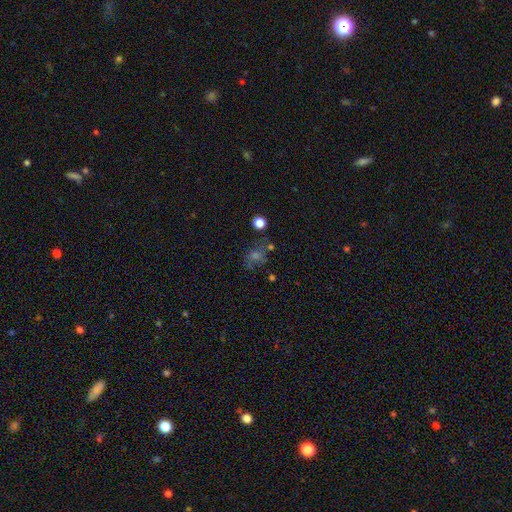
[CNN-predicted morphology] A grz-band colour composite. It shows a smooth galaxy with no disk features (40%). Merging: none (63%).